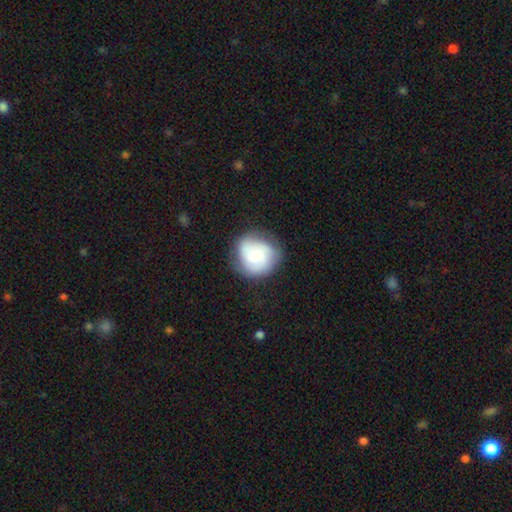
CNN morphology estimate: Q: Smooth or featured?
A: featured or disk (51%); runner-up: smooth (42%)
Q: Edge-on disk?
A: no (98%); runner-up: yes (2%)
Q: Bar?
A: no (60%); runner-up: weak (34%)
Q: Spiral arms?
A: yes (87%); runner-up: no (13%)
Q: Bulge size?
A: moderate (44%); runner-up: small (35%)
Q: Merging?
A: none (72%); runner-up: minor disturbance (19%)